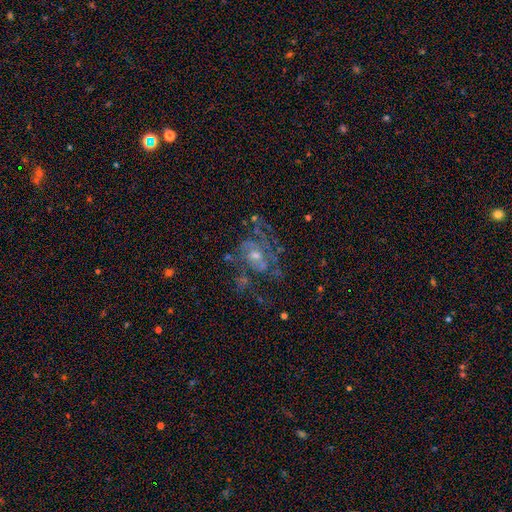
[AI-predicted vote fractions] Q: Smooth or featured?
A: featured or disk (72%); runner-up: star or artifact (15%)
Q: Edge-on disk?
A: no (97%); runner-up: yes (3%)
Q: Bar?
A: no (70%); runner-up: weak (25%)
Q: Spiral arms?
A: yes (72%); runner-up: no (28%)
Q: Spiral winding?
A: tight (41%); runner-up: medium (39%)
Q: Spiral arm count?
A: can't tell (46%); runner-up: 2 (22%)
Q: Bulge size?
A: moderate (49%); runner-up: small (42%)
Q: Merging?
A: none (46%); runner-up: major disturbance (28%)